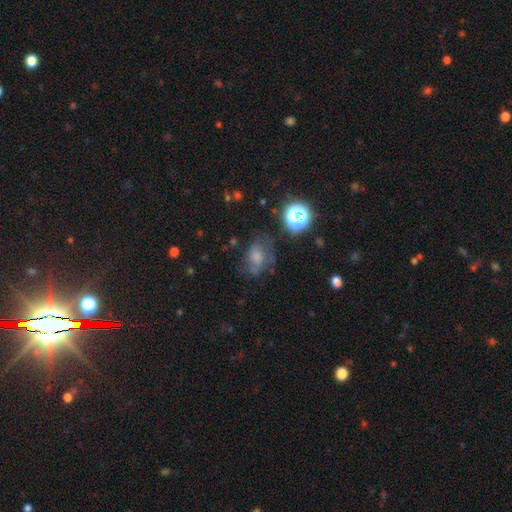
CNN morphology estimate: smooth-or-featured: smooth: 41% | featured or disk: 31% | star or artifact: 28%
  merging: none: 60% | minor disturbance: 23% | major disturbance: 15% | merger: 3%